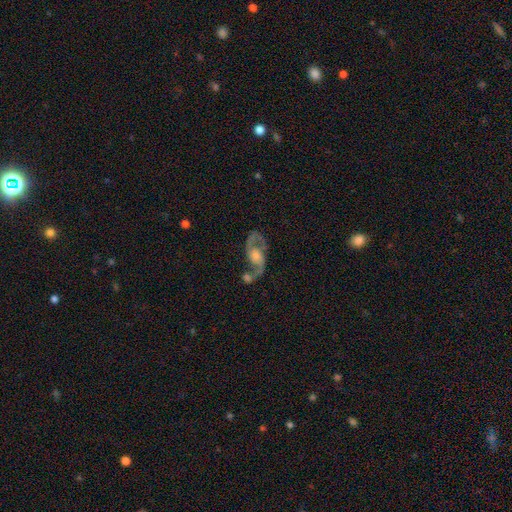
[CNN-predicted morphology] smooth-or-featured: featured or disk: 87% | smooth: 7% | star or artifact: 6%
  disk-edge-on: no: 96% | yes: 4%
    bar: no: 59% | weak: 33% | strong: 8%
    has-spiral-arms: yes: 95% | no: 5%
      spiral-winding: medium: 48% | loose: 41% | tight: 12%
      spiral-arm-count: 2: 90% | 1: 4% | can't tell: 3% | 3: 1% | 4: 1% | more than 4: 1%
    bulge-size: moderate: 52% | small: 27% | large: 13% | none: 5% | dominant: 2%
  merging: none: 52% | merger: 20% | minor disturbance: 15% | major disturbance: 13%